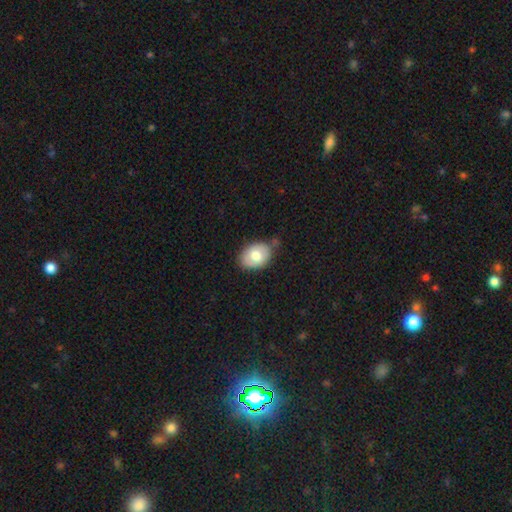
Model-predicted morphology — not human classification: This appears to be a smooth galaxy with no disk features (72%) that is in between round and cigar-shaped (76%). Merging: none (71%).